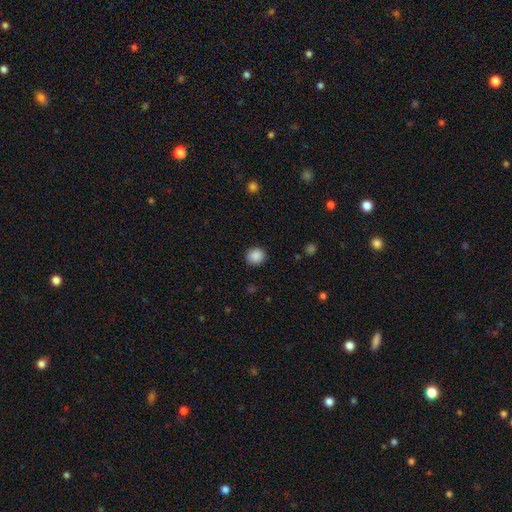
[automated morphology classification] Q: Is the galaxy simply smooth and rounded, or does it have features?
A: smooth — 88%.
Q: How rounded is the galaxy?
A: round — 84%.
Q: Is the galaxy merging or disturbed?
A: none — 89%.